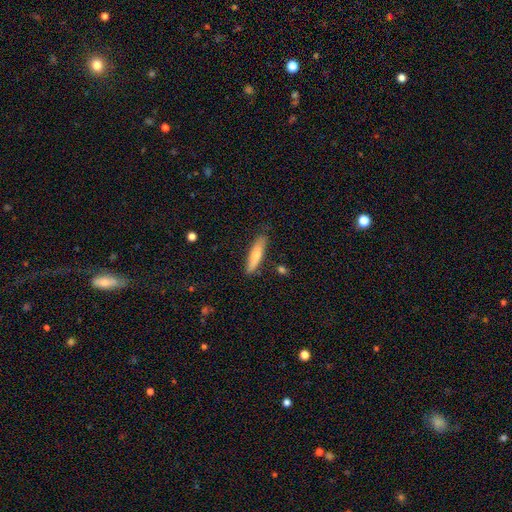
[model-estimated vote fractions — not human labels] This appears to be a smooth galaxy with no disk features (72%) that is cigar-shaped (77%). Merging: none (82%).